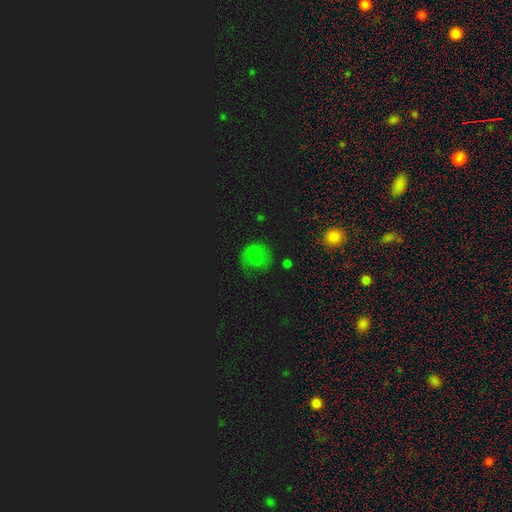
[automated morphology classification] Smooth or featured? Predicted: smooth (p=0.45). Merging? Predicted: none (p=0.69).